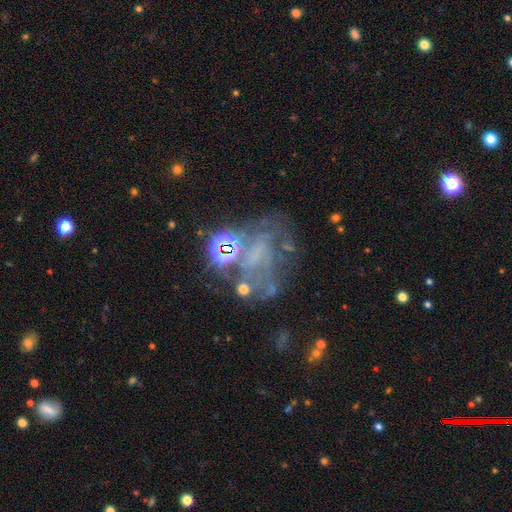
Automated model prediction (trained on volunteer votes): Smooth or featured? Predicted: featured or disk (p=0.54). Edge-on disk? Predicted: no (p=0.97). Bar? Predicted: no (p=0.68). Spiral arms? Predicted: no (p=0.55). Bulge size? Predicted: none (p=0.66). Merging? Predicted: none (p=0.41).